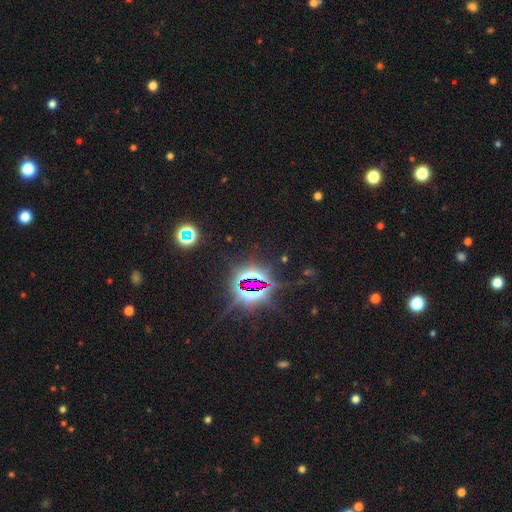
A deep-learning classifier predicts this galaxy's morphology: Q: Smooth or featured?
A: star or artifact (82%); runner-up: smooth (10%)